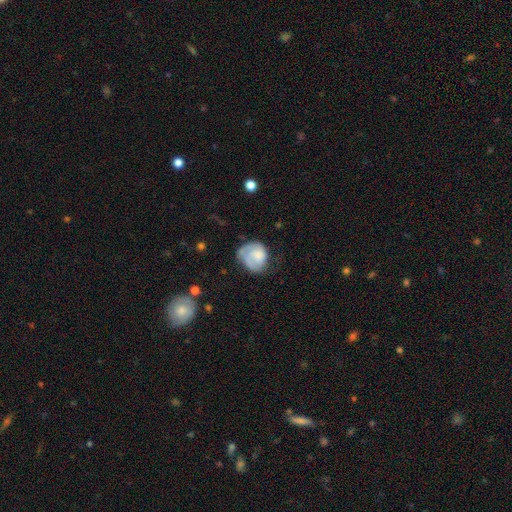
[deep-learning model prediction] Smooth or featured: smooth — 56% (featured or disk — 37%)
How rounded: round — 69% (in between — 30%)
Merging: none — 42% (minor disturbance — 31%)